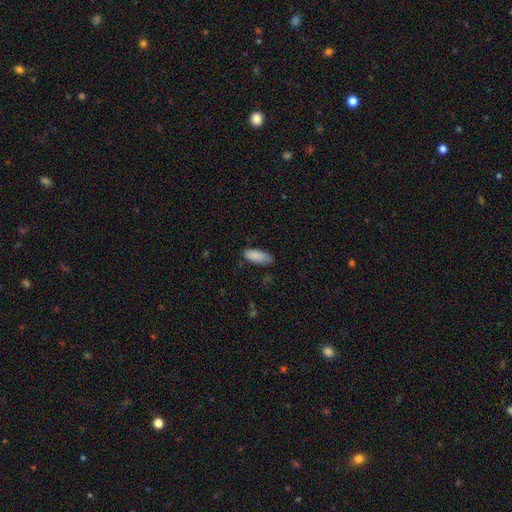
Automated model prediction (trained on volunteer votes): Overall: smooth (88%). How rounded: in between (78%). Merging: none (72%).